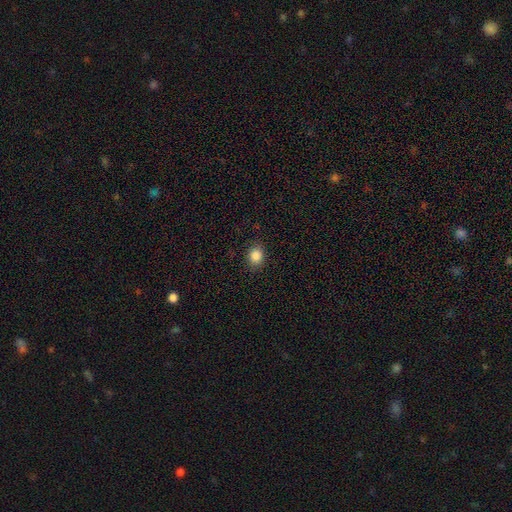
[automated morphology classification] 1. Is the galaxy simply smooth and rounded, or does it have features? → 86% smooth, 10% star or artifact, 4% featured or disk.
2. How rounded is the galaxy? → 64% round, 35% in between, 1% cigar-shaped.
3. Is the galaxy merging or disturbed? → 87% none, 9% minor disturbance, 3% major disturbance, 1% merger.